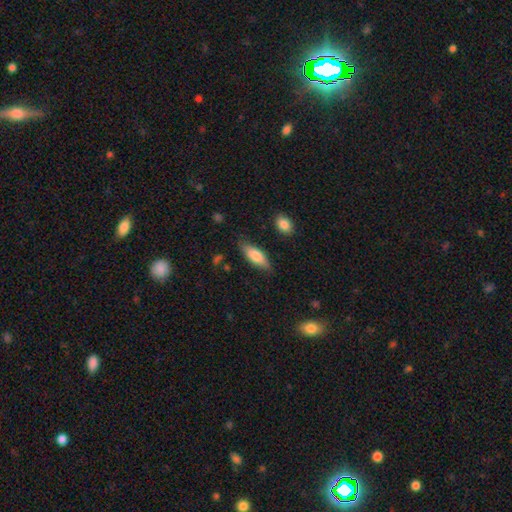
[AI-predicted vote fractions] smooth_or_featured: smooth (p=0.75) [alt: featured or disk p=0.19]
how_rounded: in between (p=0.64) [alt: cigar-shaped p=0.34]
merging: none (p=0.79) [alt: minor disturbance p=0.16]